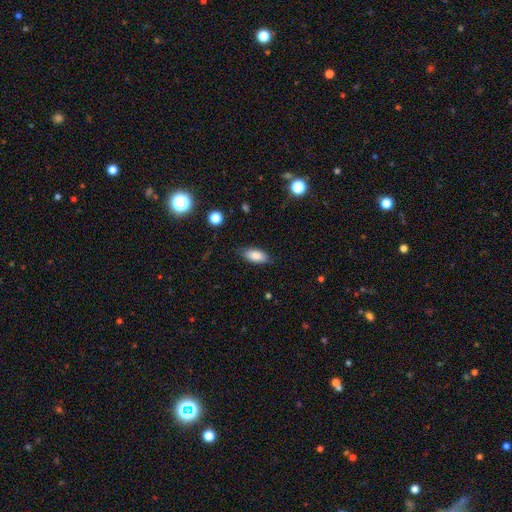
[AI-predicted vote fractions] smooth_or_featured: smooth (p=0.84) [alt: featured or disk p=0.09]
how_rounded: in between (p=0.86) [alt: cigar-shaped p=0.12]
merging: none (p=0.80) [alt: minor disturbance p=0.15]